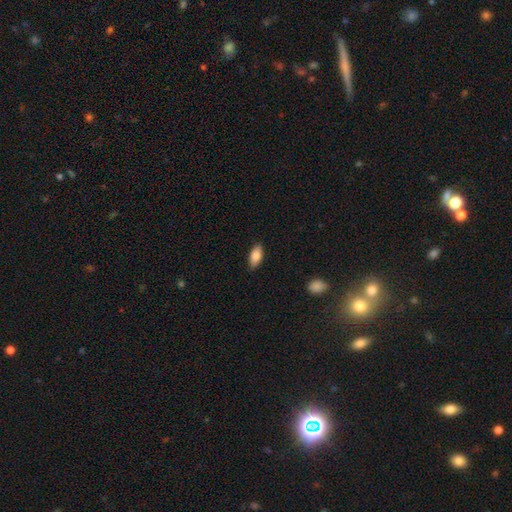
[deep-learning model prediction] A smooth galaxy with no disk features (83%) that is in between round and cigar-shaped (87%). Merging: none (87%).